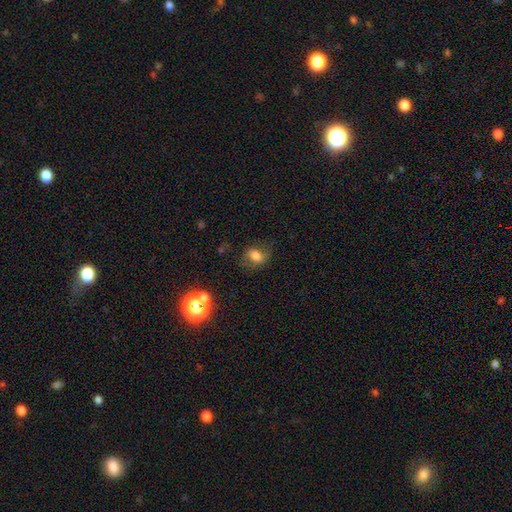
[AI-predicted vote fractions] smooth 69%, featured or disk 16%, star or artifact 15%. Down the decision tree: how rounded — in between (67%); merging — none (67%).